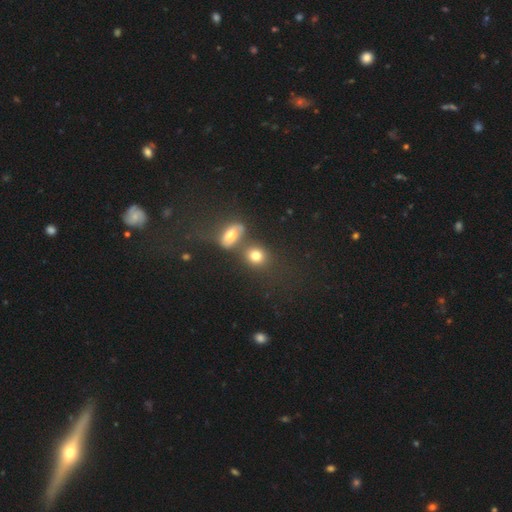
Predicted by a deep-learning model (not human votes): This appears to be a smooth galaxy with no disk features (77%) that is round (66%). Merging: none (51%).